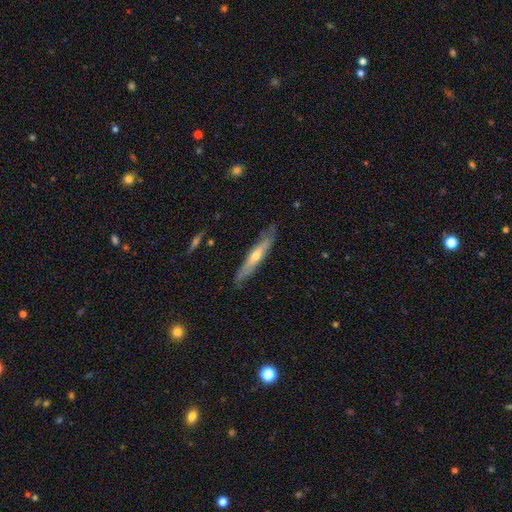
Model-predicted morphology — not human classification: A featured or disk galaxy (59%) viewed edge-on (83%). Merging: none (82%).